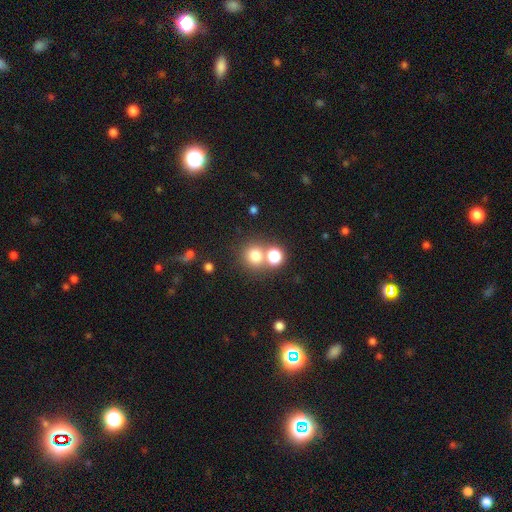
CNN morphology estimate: A smooth galaxy with no disk features (74%) that is round (90%). Merging: none (62%).